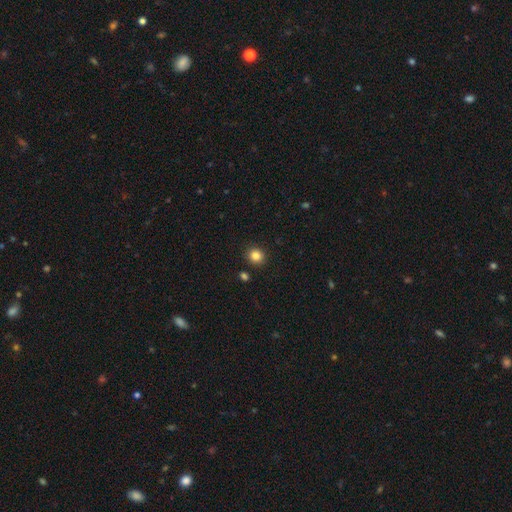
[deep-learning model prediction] smooth_or_featured: smooth (p=0.84) [alt: star or artifact p=0.12]
how_rounded: round (p=0.89) [alt: in between p=0.10]
merging: none (p=0.90) [alt: minor disturbance p=0.06]